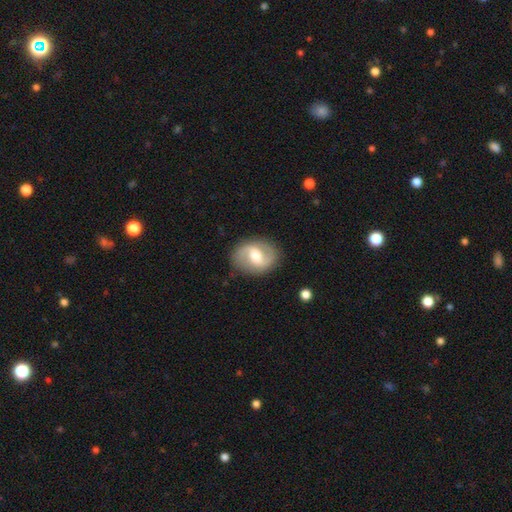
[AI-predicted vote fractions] Smooth or featured? Predicted: featured or disk (p=0.74). Edge-on disk? Predicted: no (p=0.97). Bar? Predicted: weak (p=0.50). Spiral arms? Predicted: yes (p=0.86). Spiral winding? Predicted: loose (p=0.43). Spiral arm count? Predicted: 2 (p=0.90). Bulge size? Predicted: moderate (p=0.70). Merging? Predicted: none (p=0.85).